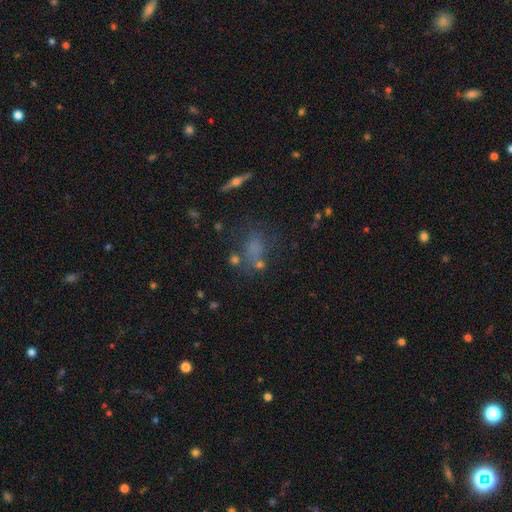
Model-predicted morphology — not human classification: The model was most divided on "how rounded": in between: 49%, round: 47%, cigar-shaped: 5%. More confident: merging — none (58%); smooth or featured — smooth (53%).